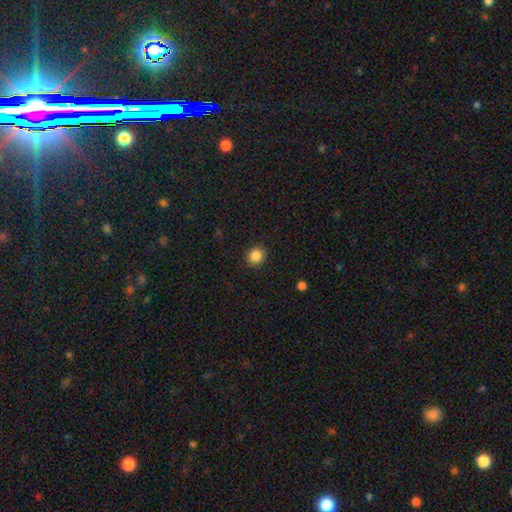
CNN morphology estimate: Smooth or featured?
  - smooth: 87% *
  - star or artifact: 10%
  - featured or disk: 3%
How rounded?
  - round: 81% *
  - in between: 18%
  - cigar-shaped: 1%
Merging?
  - none: 91% *
  - minor disturbance: 6%
  - major disturbance: 2%
  - merger: 1%